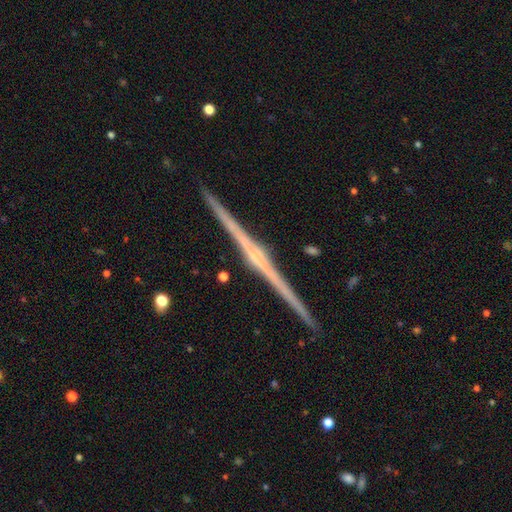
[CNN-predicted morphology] Smooth or featured? Predicted: featured or disk (p=0.87). Edge-on disk? Predicted: yes (p=0.99). Edge-on bulge? Predicted: rounded (p=0.59). Merging? Predicted: none (p=0.92).